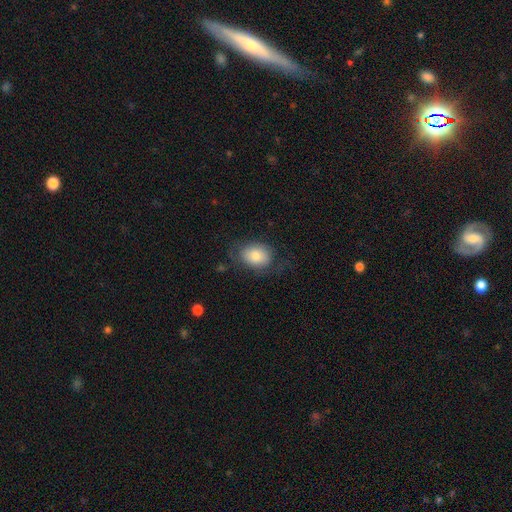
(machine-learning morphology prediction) The model was most divided on "how rounded": in between: 68%, round: 31%, cigar-shaped: 1%. More confident: smooth or featured — smooth (75%); merging — none (65%).